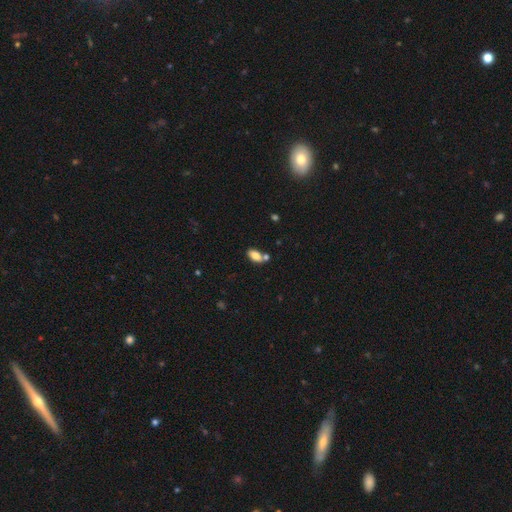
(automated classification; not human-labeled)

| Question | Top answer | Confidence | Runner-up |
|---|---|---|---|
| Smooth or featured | smooth | 82% | featured or disk (10%) |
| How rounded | in between | 92% | round (5%) |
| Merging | none | 57% | merger (26%) |